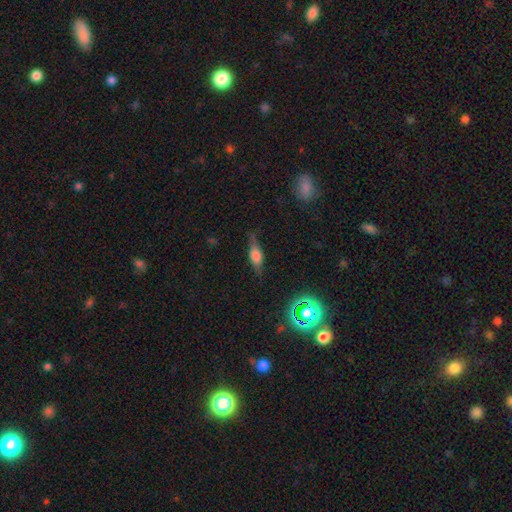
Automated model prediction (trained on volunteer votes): Smooth or featured? Predicted: smooth (p=0.46). Merging? Predicted: none (p=0.73).